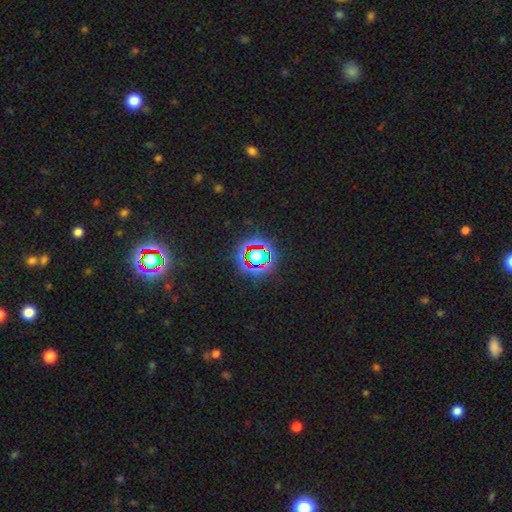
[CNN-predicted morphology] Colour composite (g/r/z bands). It shows a star or artifact, not a galaxy (71%).